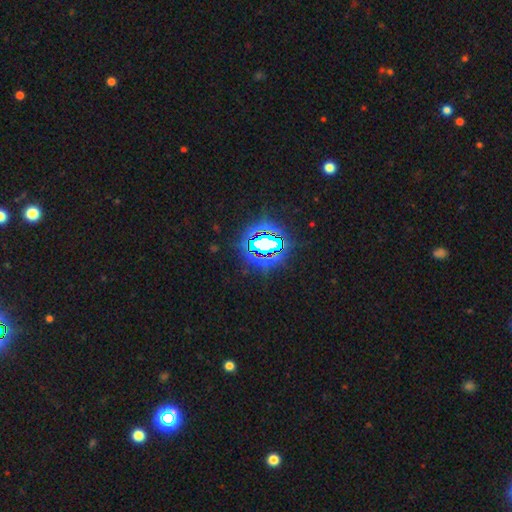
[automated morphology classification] smooth-or-featured: star or artifact: 83% | smooth: 11% | featured or disk: 7%